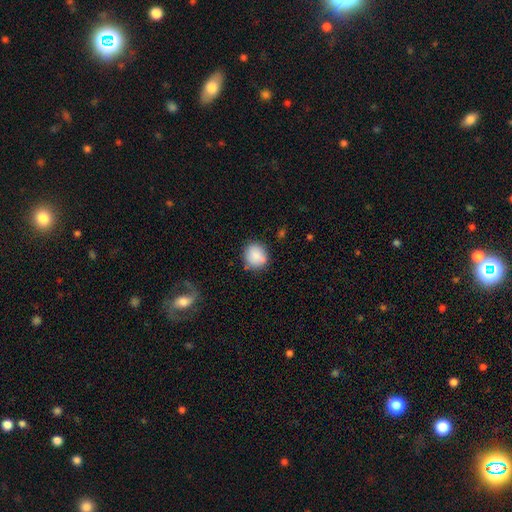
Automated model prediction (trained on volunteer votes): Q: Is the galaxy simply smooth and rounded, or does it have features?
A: smooth — 84%.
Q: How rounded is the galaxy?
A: round — 82%.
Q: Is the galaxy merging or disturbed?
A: none — 75%.